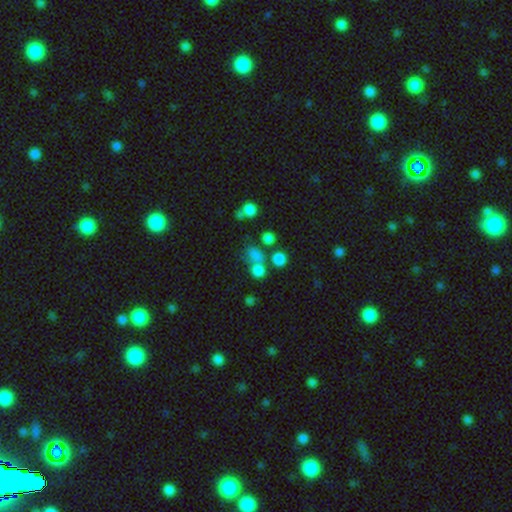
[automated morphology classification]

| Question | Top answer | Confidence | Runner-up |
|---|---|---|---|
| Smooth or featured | smooth | 69% | star or artifact (20%) |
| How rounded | round | 67% | in between (31%) |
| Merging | none | 46% | merger (33%) |